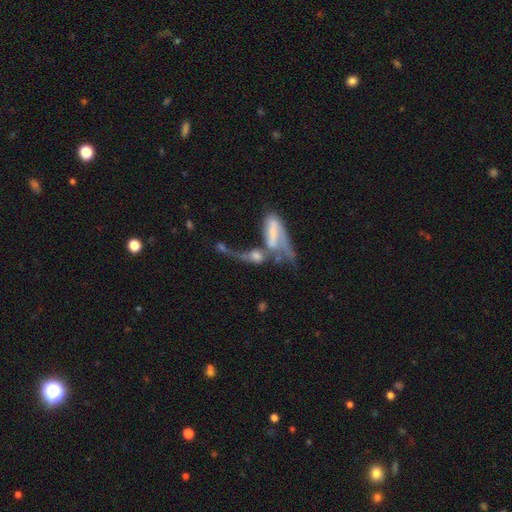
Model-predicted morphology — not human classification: smooth-or-featured: featured or disk: 51% | smooth: 37% | star or artifact: 11%
  disk-edge-on: no: 82% | yes: 18%
  merging: merger: 67% | major disturbance: 17% | none: 10% | minor disturbance: 6%